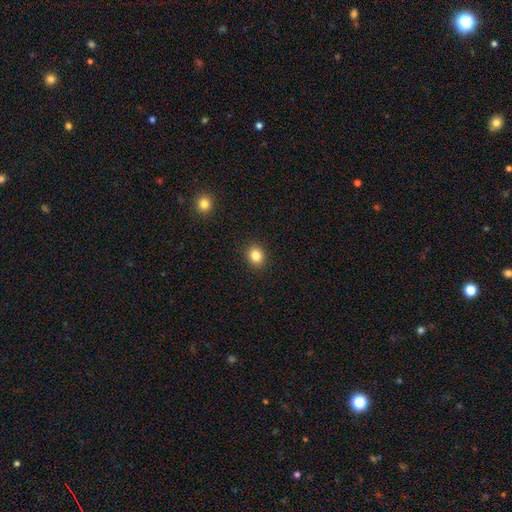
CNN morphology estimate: smooth-or-featured: smooth: 84% | star or artifact: 11% | featured or disk: 5%
  how-rounded: round: 64% | in between: 35% | cigar-shaped: 1%
  merging: none: 91% | minor disturbance: 6% | major disturbance: 2% | merger: 1%